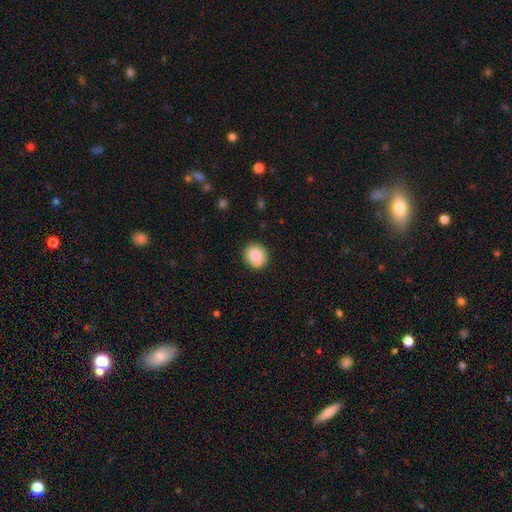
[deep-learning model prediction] The model was most divided on "merging": none: 80%, minor disturbance: 12%, merger: 5%, major disturbance: 3%. More confident: how rounded — round (84%); smooth or featured — smooth (82%).